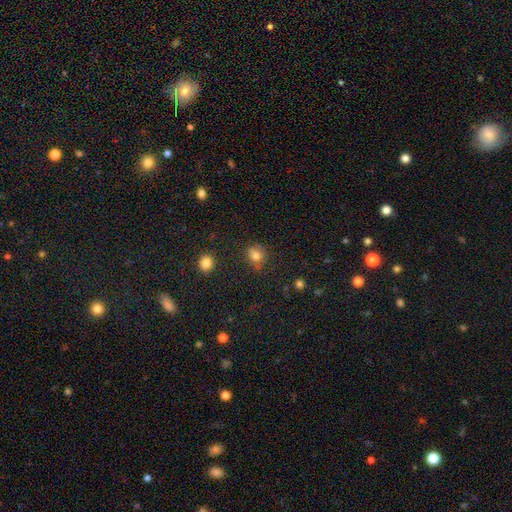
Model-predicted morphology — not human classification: smooth_or_featured: smooth (p=0.76) [alt: star or artifact p=0.14]
how_rounded: round (p=0.70) [alt: in between p=0.29]
merging: none (p=0.62) [alt: minor disturbance p=0.23]